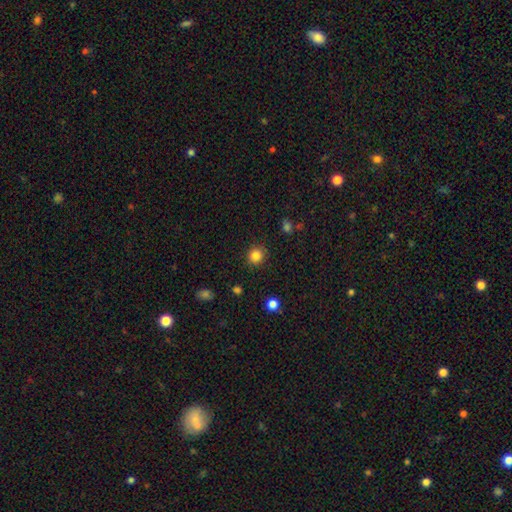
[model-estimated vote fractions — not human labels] Morphology: type=smooth (84%); roundness=round (90%); merging=none (89%).